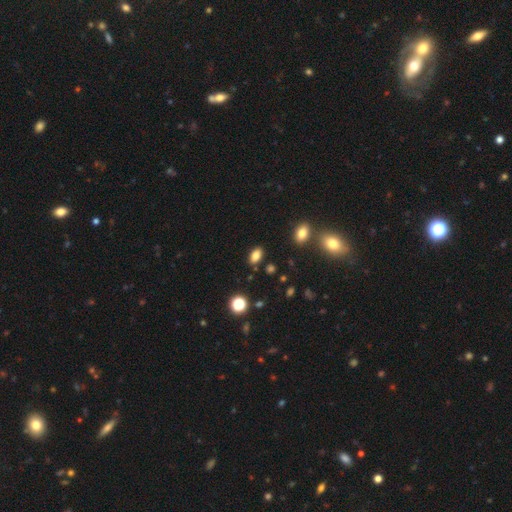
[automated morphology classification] Smooth or featured? smooth (82%)
How rounded? in between (87%)
Merging? none (85%)